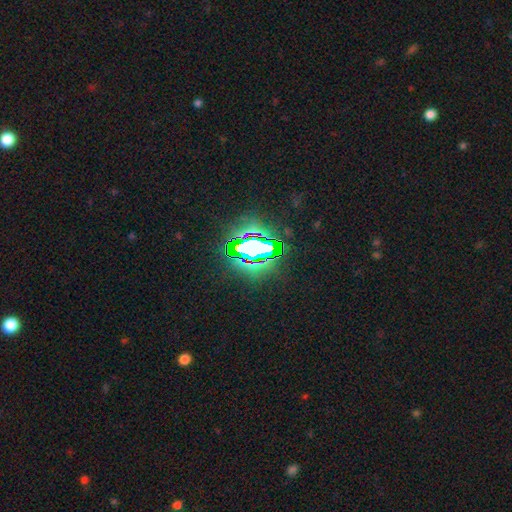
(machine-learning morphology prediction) A star or artifact, not a galaxy (81%).

Vote fractions:
- Smooth or featured? star or artifact: 81% / smooth: 11% / featured or disk: 8%